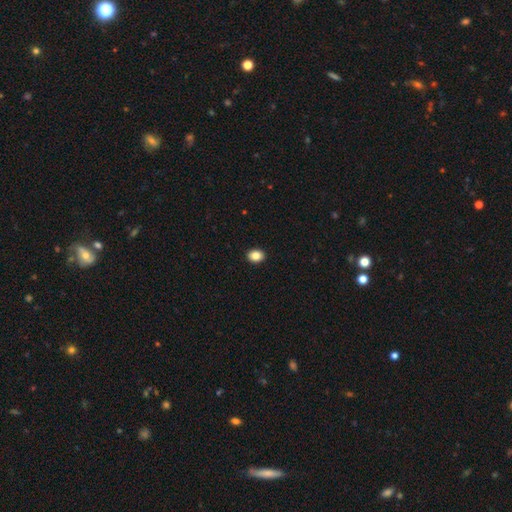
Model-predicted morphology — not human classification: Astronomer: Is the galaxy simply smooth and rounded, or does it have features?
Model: smooth — 86%.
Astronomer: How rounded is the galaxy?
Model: in between — 58% (runner-up: round, 41%).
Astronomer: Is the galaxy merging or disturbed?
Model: none — 92%.